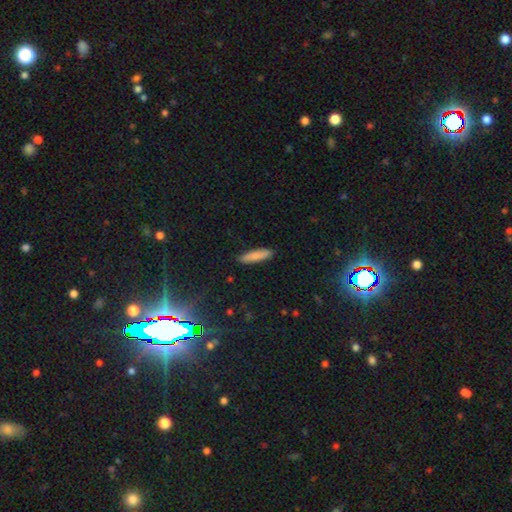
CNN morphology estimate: Overall: smooth (85%). How rounded: cigar-shaped (79%). Merging: none (90%).